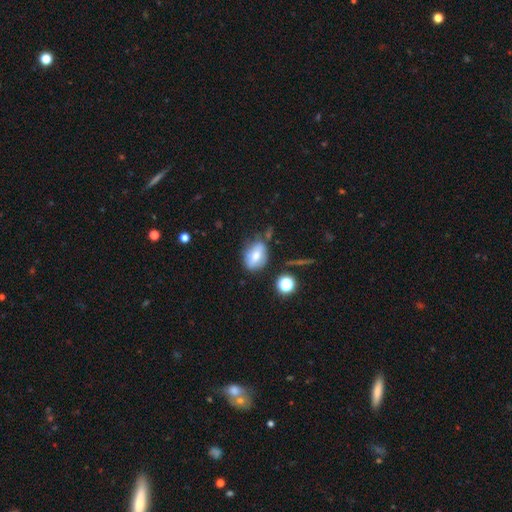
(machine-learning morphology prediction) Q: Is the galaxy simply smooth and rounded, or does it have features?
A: smooth — 62%.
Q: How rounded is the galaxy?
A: in between — 74%.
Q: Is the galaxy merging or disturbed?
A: none — 63%.